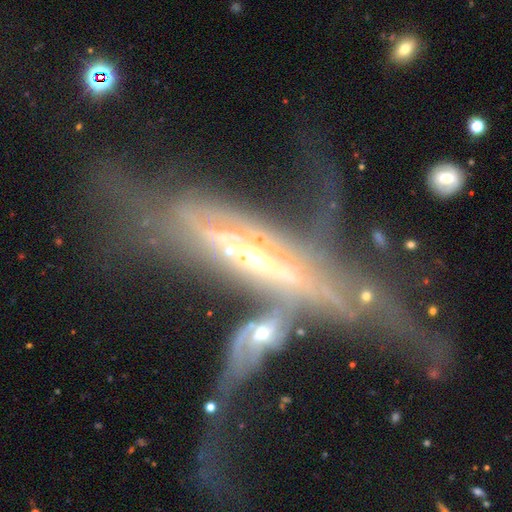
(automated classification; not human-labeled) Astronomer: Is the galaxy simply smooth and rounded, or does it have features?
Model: featured or disk — 76%.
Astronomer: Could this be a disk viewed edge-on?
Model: yes — 60% (runner-up: no, 40%).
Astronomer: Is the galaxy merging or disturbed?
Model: merger — 51%.